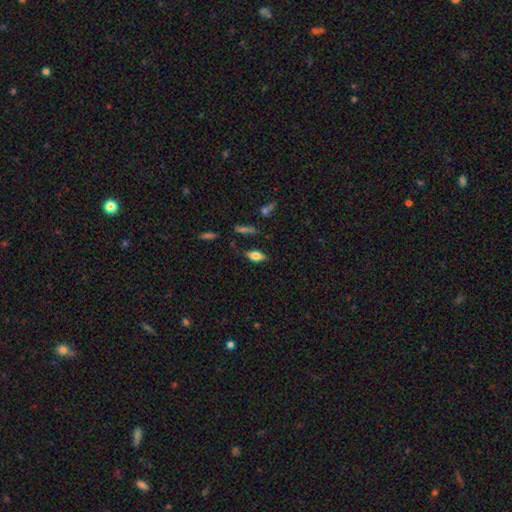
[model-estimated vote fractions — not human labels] Smooth or featured?
  - smooth: 70% *
  - featured or disk: 20%
  - star or artifact: 9%
How rounded?
  - in between: 84% *
  - cigar-shaped: 11%
  - round: 5%
Merging?
  - none: 76% *
  - minor disturbance: 17%
  - major disturbance: 5%
  - merger: 3%